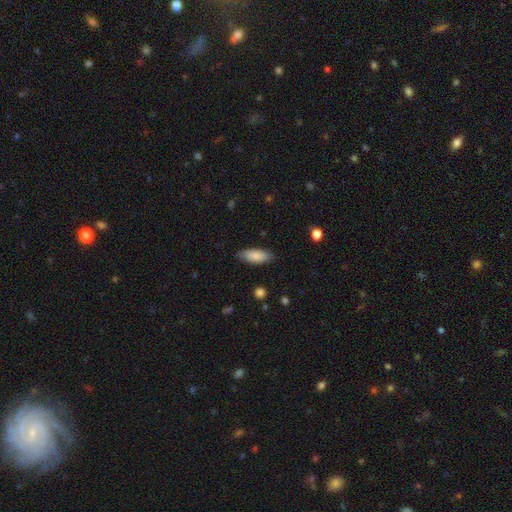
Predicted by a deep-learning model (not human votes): A smooth galaxy with no disk features (85%) that is in between round and cigar-shaped (79%). Merging: none (83%).